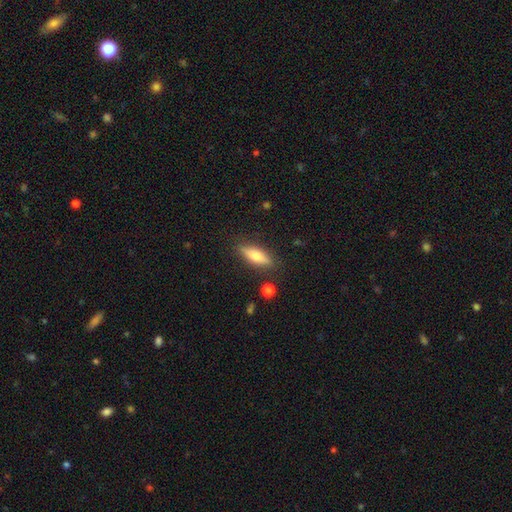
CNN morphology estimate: This is likely a smooth galaxy (62%). How rounded: possibly cigar-shaped (50%). Merging: clearly none (86%).